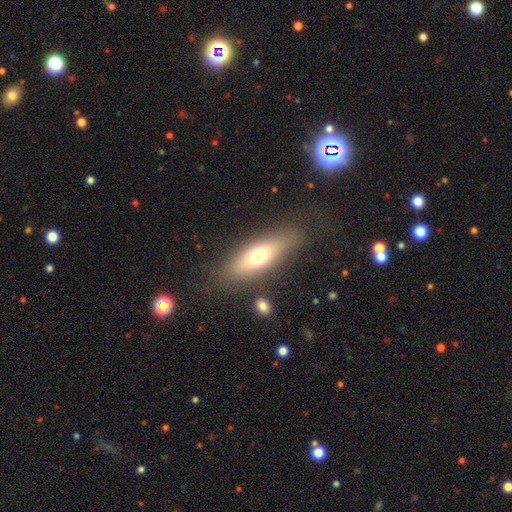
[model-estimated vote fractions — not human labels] smooth-or-featured: smooth: 56% | featured or disk: 34% | star or artifact: 10%
  how-rounded: cigar-shaped: 52% | in between: 45% | round: 3%
  merging: none: 80% | minor disturbance: 13% | major disturbance: 5% | merger: 3%